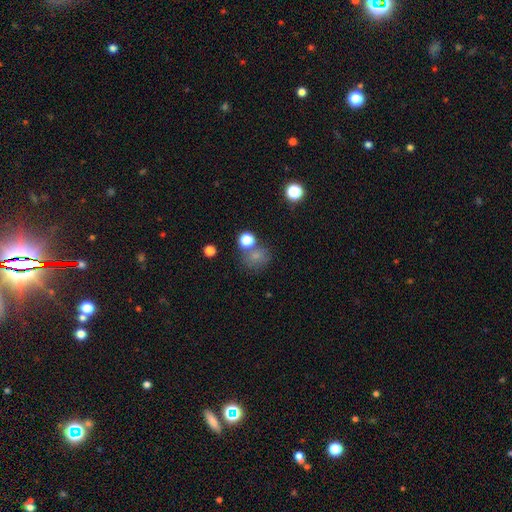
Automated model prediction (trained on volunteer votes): This is likely a smooth galaxy (72%). How rounded: likely round (77%). Merging: possibly none (58%).